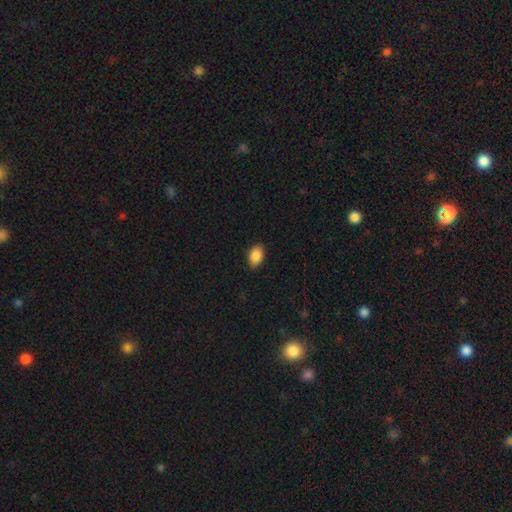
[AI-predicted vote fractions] smooth-or-featured: smooth: 89% | star or artifact: 7% | featured or disk: 3%
  how-rounded: in between: 88% | round: 11% | cigar-shaped: 1%
  merging: none: 87% | minor disturbance: 10% | major disturbance: 2% | merger: 1%